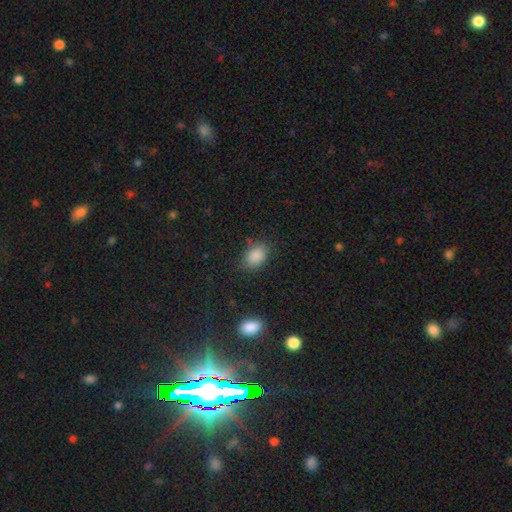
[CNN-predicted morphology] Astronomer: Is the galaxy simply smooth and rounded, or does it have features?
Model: smooth — 86%.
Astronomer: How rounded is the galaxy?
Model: in between — 77%.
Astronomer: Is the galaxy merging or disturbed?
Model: none — 77%.